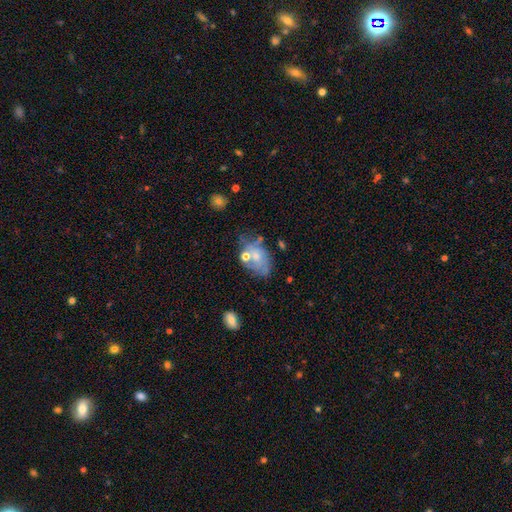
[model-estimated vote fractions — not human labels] Smooth or featured: featured or disk — 52% (smooth — 35%)
Edge-on disk: no — 95% (yes — 5%)
Merging: none — 47% (minor disturbance — 25%)